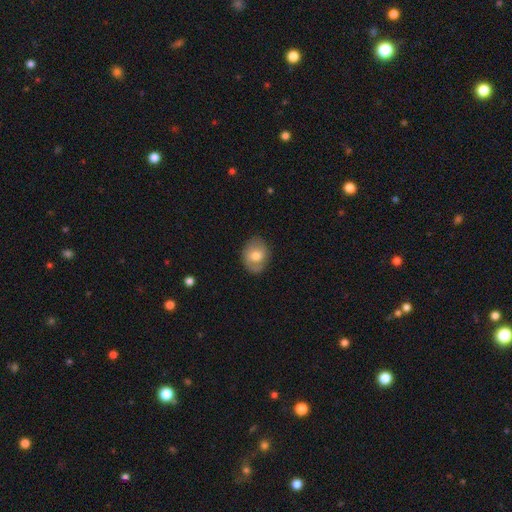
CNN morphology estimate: A smooth galaxy with no disk features (61%) that is in between round and cigar-shaped (53%). Merging: none (78%).